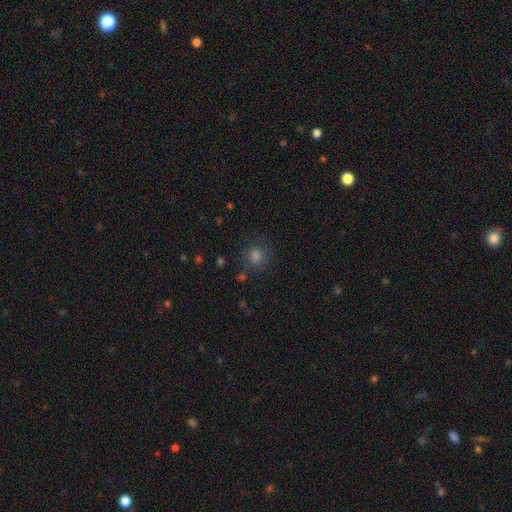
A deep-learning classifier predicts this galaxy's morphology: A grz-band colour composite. It shows a smooth galaxy with no disk features (69%) that is round (89%). Merging: none (82%).